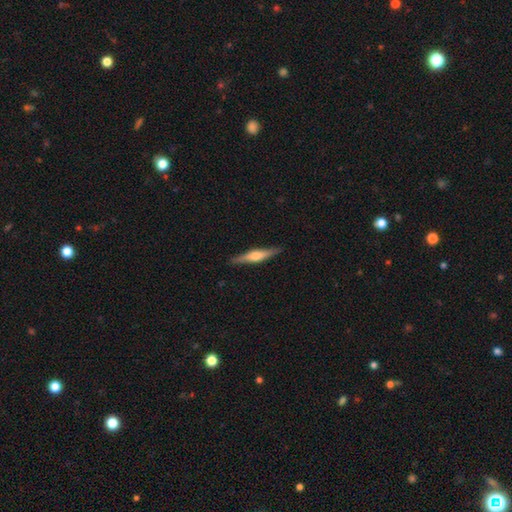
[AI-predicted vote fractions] The model was most divided on "smooth or featured": featured or disk: 62%, smooth: 32%, star or artifact: 5%. More confident: edge-on disk — yes (97%); merging — none (90%); edge-on bulge — rounded (84%).